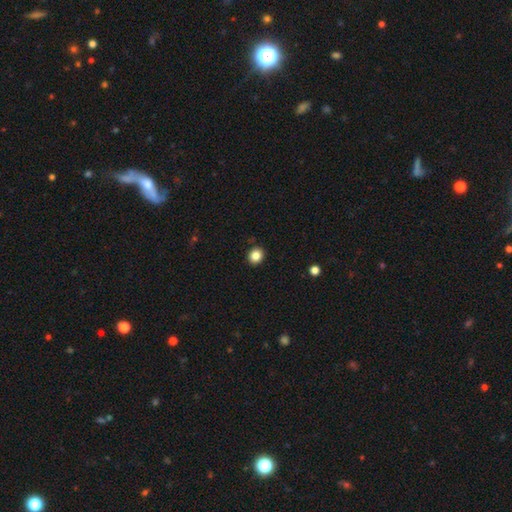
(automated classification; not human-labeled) smooth_or_featured: smooth (p=0.85) [alt: star or artifact p=0.10]
how_rounded: round (p=0.79) [alt: in between p=0.20]
merging: none (p=0.91) [alt: minor disturbance p=0.06]